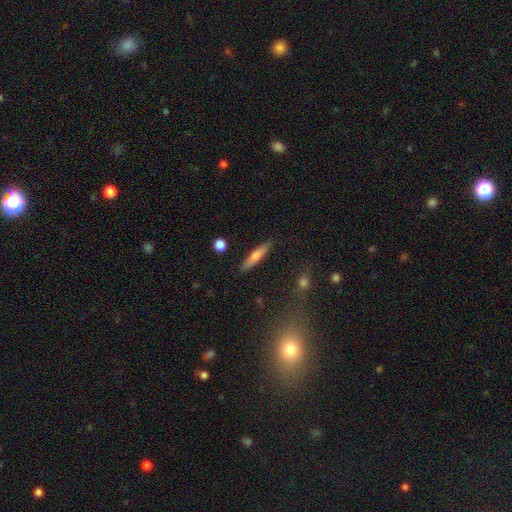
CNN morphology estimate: Overall: smooth (65%; featured or disk 28%). How rounded: cigar-shaped (86%). Merging: none (88%).